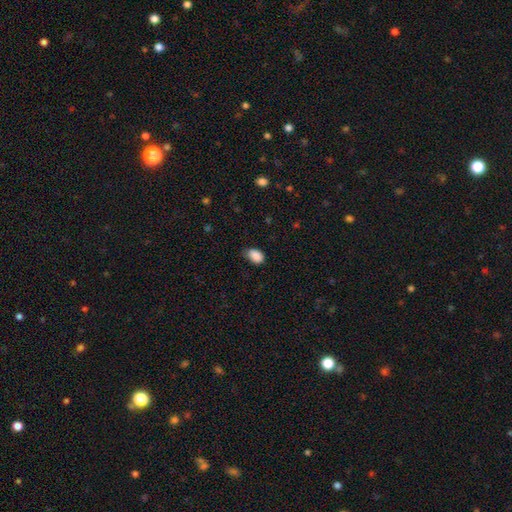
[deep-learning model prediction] This appears to be a smooth galaxy with no disk features (88%) that is in between round and cigar-shaped (85%). Merging: none (64%).